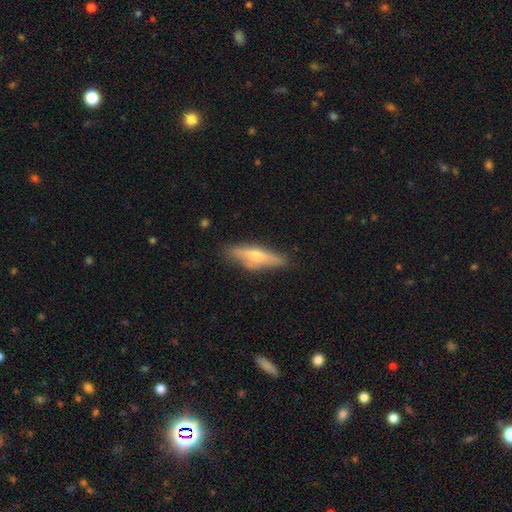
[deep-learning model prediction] Smooth or featured?
  - featured or disk: 49% *
  - smooth: 44%
  - star or artifact: 6%
Merging?
  - none: 77% *
  - minor disturbance: 17%
  - major disturbance: 4%
  - merger: 2%